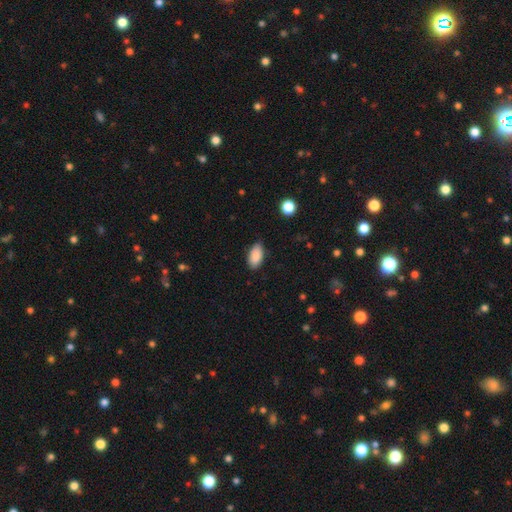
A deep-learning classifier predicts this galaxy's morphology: smooth_or_featured: smooth (p=0.89) [alt: star or artifact p=0.07]
how_rounded: in between (p=0.94) [alt: cigar-shaped p=0.03]
merging: none (p=0.83) [alt: minor disturbance p=0.13]